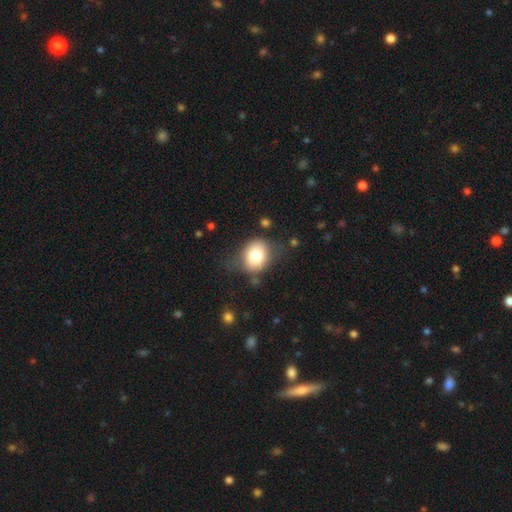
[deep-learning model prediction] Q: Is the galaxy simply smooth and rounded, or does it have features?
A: smooth — 76%.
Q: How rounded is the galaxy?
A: round — 54%.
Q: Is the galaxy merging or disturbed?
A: none — 65%.